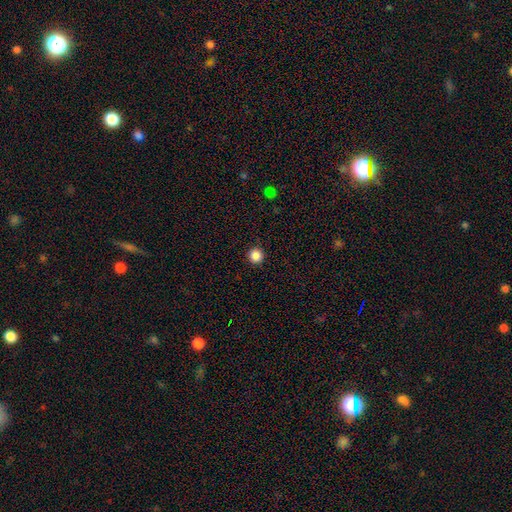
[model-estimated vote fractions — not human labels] smooth_or_featured: smooth (p=0.87) [alt: star or artifact p=0.10]
how_rounded: round (p=0.97) [alt: in between p=0.03]
merging: none (p=0.93) [alt: minor disturbance p=0.04]